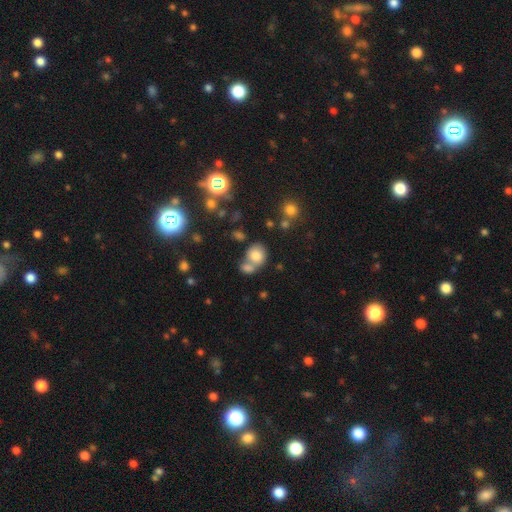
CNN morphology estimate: smooth-or-featured: smooth: 75% | featured or disk: 13% | star or artifact: 12%
  how-rounded: round: 64% | in between: 35% | cigar-shaped: 1%
  merging: merger: 47% | none: 39% | minor disturbance: 10% | major disturbance: 5%